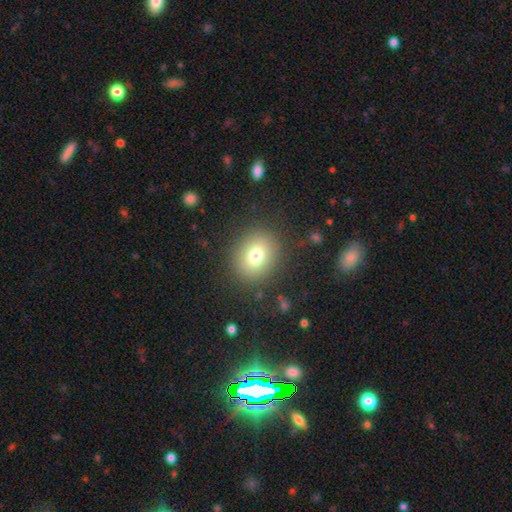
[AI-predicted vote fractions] Smooth or featured? Predicted: smooth (p=0.76). How rounded? Predicted: round (p=0.67). Merging? Predicted: none (p=0.86).